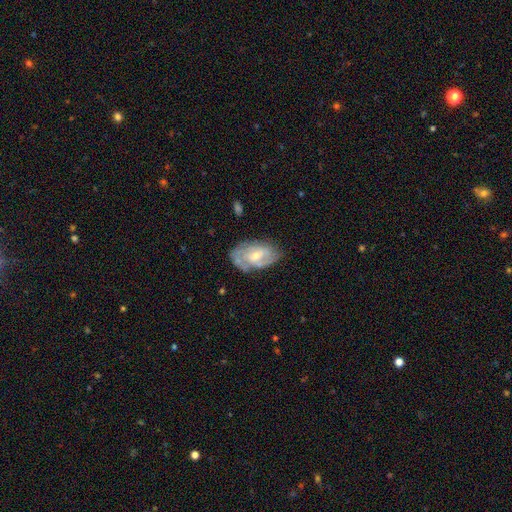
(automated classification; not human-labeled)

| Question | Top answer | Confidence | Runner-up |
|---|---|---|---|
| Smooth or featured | featured or disk | 69% | smooth (24%) |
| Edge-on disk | no | 95% | yes (5%) |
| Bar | no | 54% | weak (38%) |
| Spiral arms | yes | 80% | no (20%) |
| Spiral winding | tight | 54% | medium (34%) |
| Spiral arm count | can't tell | 40% | 2 (37%) |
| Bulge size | small | 50% | moderate (45%) |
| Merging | none | 64% | minor disturbance (25%) |